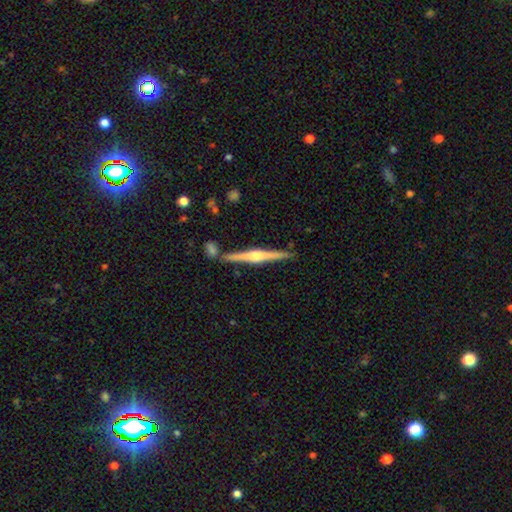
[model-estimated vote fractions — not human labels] smooth_or_featured: featured or disk (p=0.77) [alt: smooth p=0.17]
disk_edge_on: yes (p=0.98) [alt: no p=0.02]
edge_on_bulge: rounded (p=0.86) [alt: boxy p=0.08]
merging: none (p=0.84) [alt: minor disturbance p=0.09]